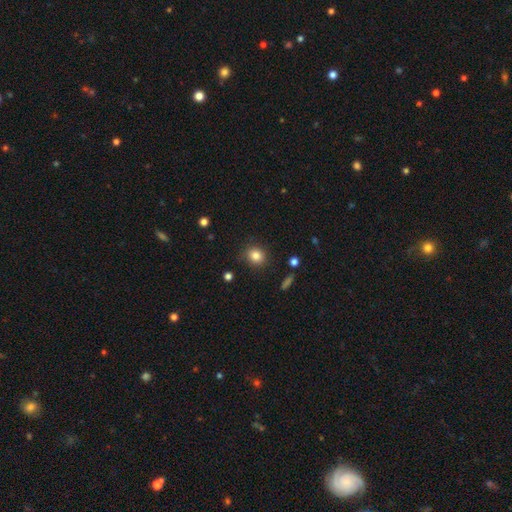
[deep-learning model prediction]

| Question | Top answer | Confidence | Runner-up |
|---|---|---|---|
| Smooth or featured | smooth | 83% | star or artifact (11%) |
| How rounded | round | 80% | in between (19%) |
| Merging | none | 85% | minor disturbance (11%) |